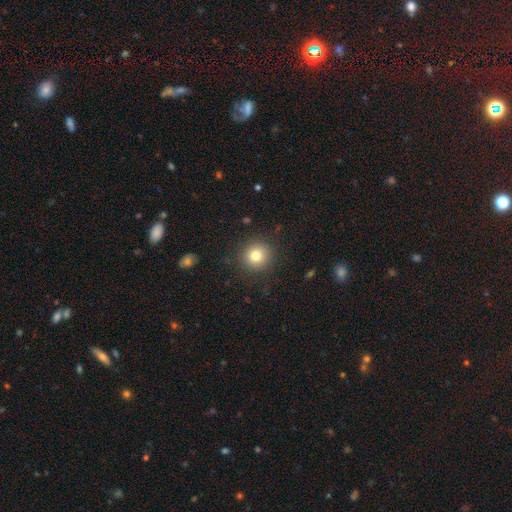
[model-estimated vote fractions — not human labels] The model was most divided on "smooth or featured": smooth: 78%, star or artifact: 12%, featured or disk: 9%. More confident: how rounded — round (93%); merging — none (89%).